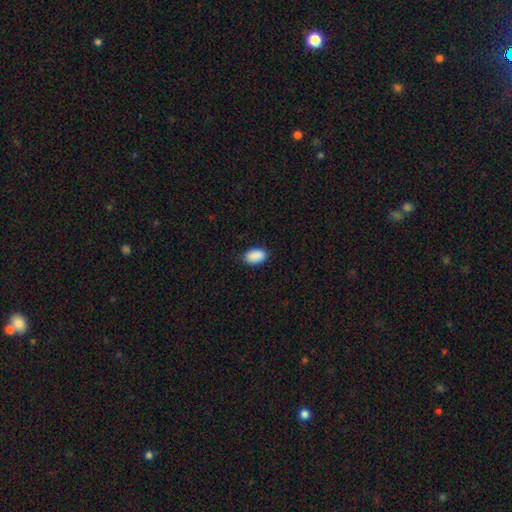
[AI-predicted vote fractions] Smooth or featured: smooth — 91% (star or artifact — 7%)
How rounded: in between — 93% (round — 6%)
Merging: none — 86% (minor disturbance — 11%)